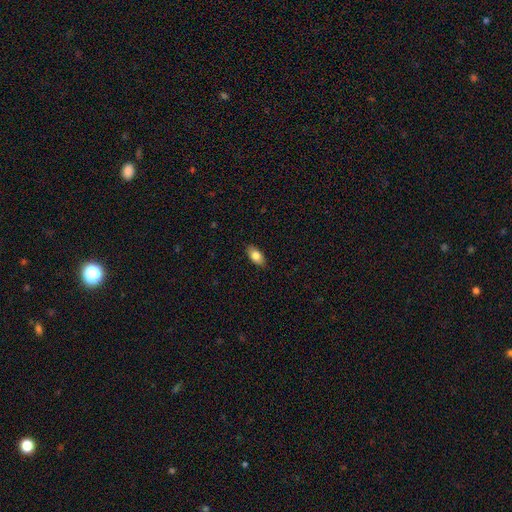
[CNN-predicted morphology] The model was most divided on "smooth or featured": smooth: 82%, featured or disk: 11%, star or artifact: 7%. More confident: how rounded — in between (91%); merging — none (88%).